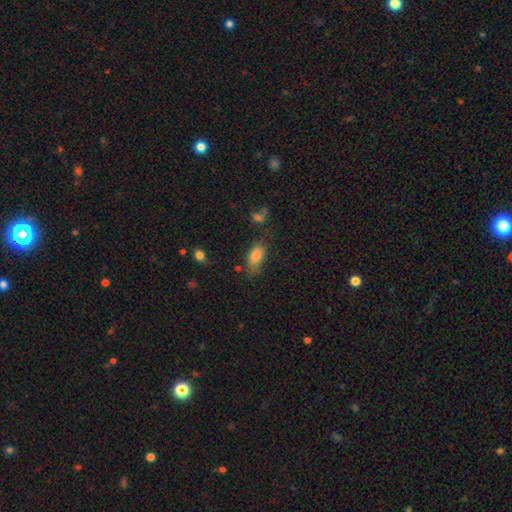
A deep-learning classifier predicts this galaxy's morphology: smooth-or-featured: smooth: 80% | featured or disk: 11% | star or artifact: 9%
  how-rounded: in between: 87% | cigar-shaped: 8% | round: 6%
  merging: none: 61% | minor disturbance: 24% | major disturbance: 9% | merger: 6%